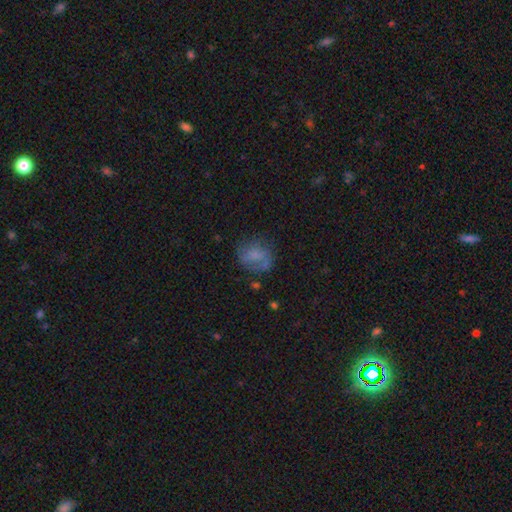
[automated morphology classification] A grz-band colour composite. It shows a smooth galaxy with no disk features (57%) that is round (68%). Merging: none (56%).